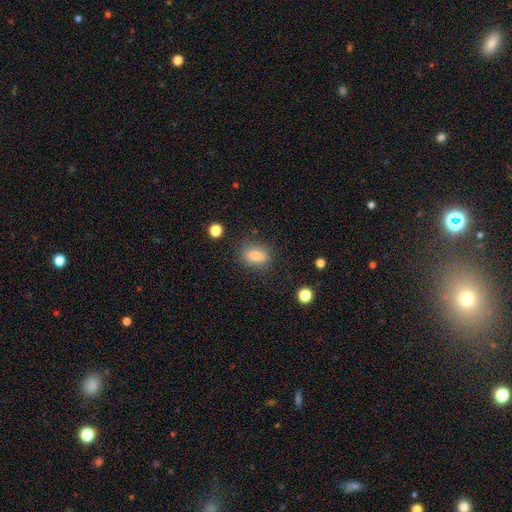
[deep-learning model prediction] Q: Smooth or featured?
A: smooth (82%); runner-up: star or artifact (9%)
Q: How rounded?
A: in between (77%); runner-up: round (16%)
Q: Merging?
A: none (83%); runner-up: minor disturbance (12%)